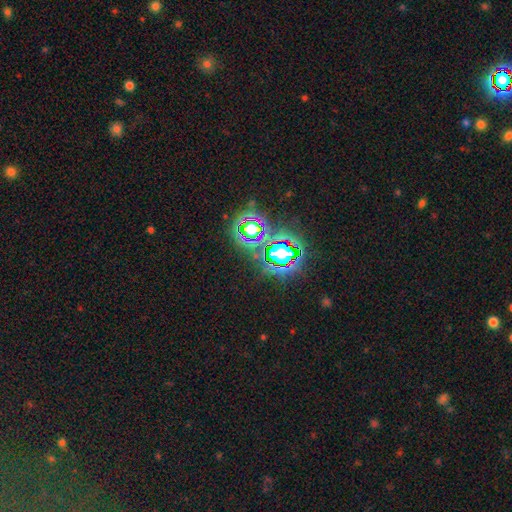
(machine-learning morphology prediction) This appears to be a star or artifact, not a galaxy (77%).